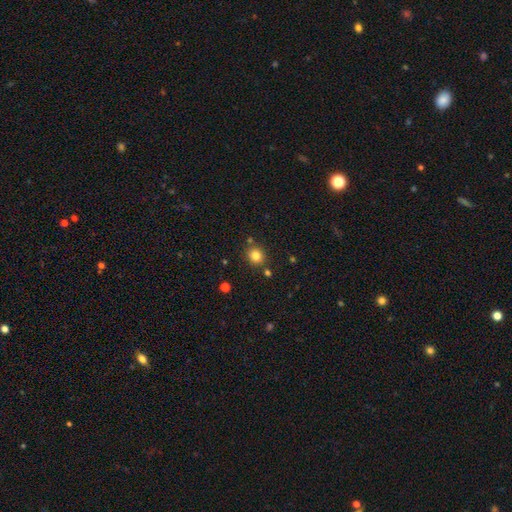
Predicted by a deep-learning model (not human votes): A smooth galaxy with no disk features (82%) that is round (80%). Merging: none (81%).